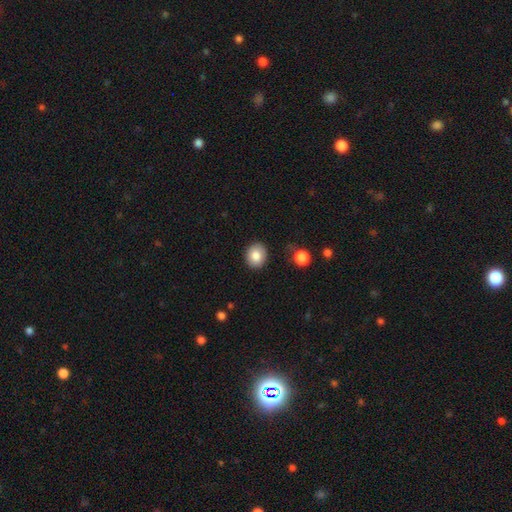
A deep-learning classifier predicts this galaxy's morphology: Smooth or featured? Predicted: smooth (p=0.83). How rounded? Predicted: round (p=0.73). Merging? Predicted: none (p=0.88).